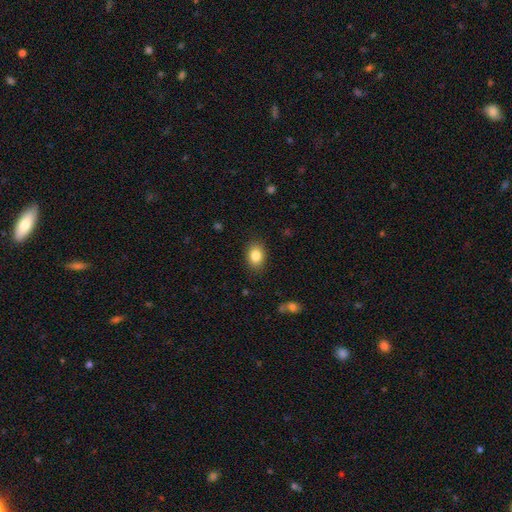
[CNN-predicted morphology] A smooth galaxy with no disk features (84%) that is in between round and cigar-shaped (72%). Merging: none (87%).